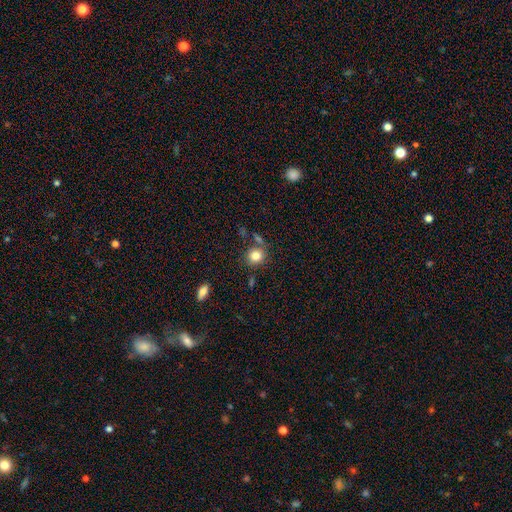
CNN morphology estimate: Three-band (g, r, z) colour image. It shows a smooth galaxy with no disk features (82%) that is round (84%). Merging: none (73%).